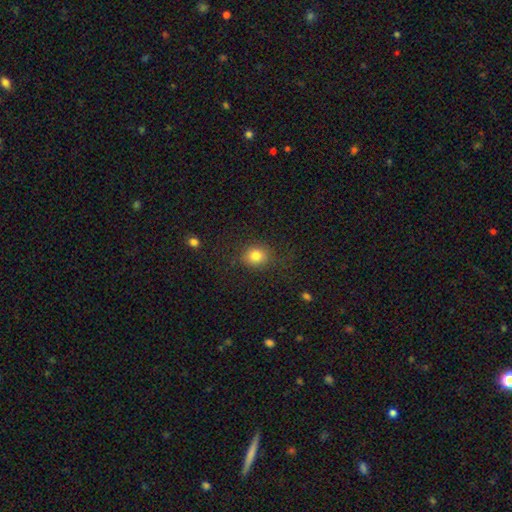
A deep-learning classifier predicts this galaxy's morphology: type=smooth (81%); roundness=round (69%); merging=none (81%).